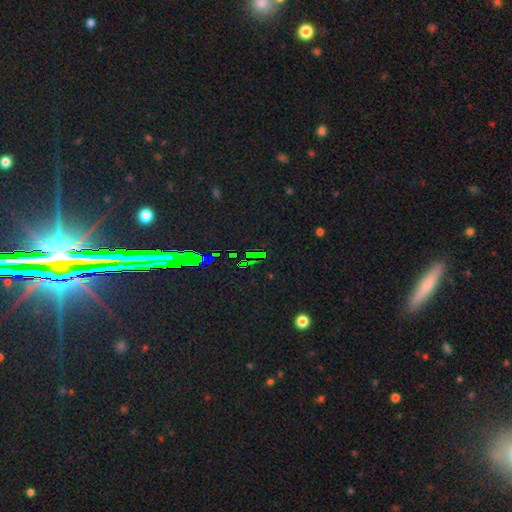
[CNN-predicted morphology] A star or artifact, not a galaxy (78%).